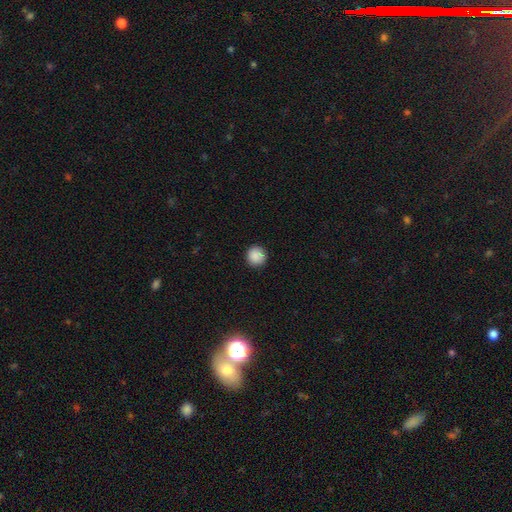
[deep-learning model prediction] Q: Smooth or featured?
A: smooth (88%); runner-up: star or artifact (9%)
Q: How rounded?
A: round (94%); runner-up: in between (5%)
Q: Merging?
A: none (89%); runner-up: minor disturbance (8%)